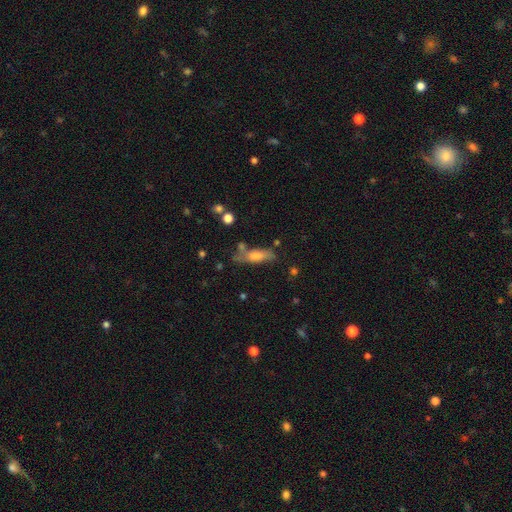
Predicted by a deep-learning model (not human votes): Morphology: type=smooth (51%); roundness=cigar-shaped (50%); merging=none (58%).